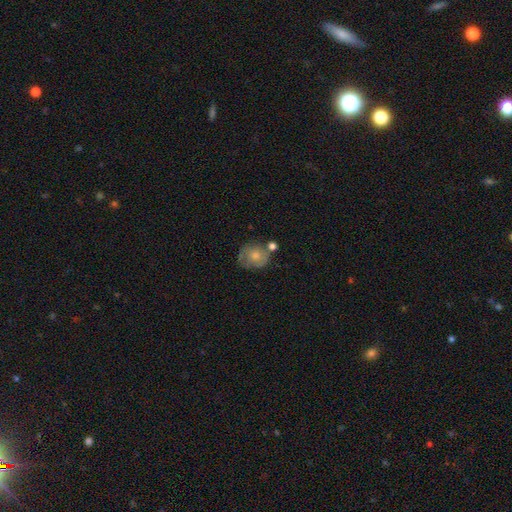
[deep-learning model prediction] The model was most divided on "merging": none: 53%, minor disturbance: 22%, merger: 16%, major disturbance: 9%. More confident: how rounded — round (73%); smooth or featured — smooth (62%).